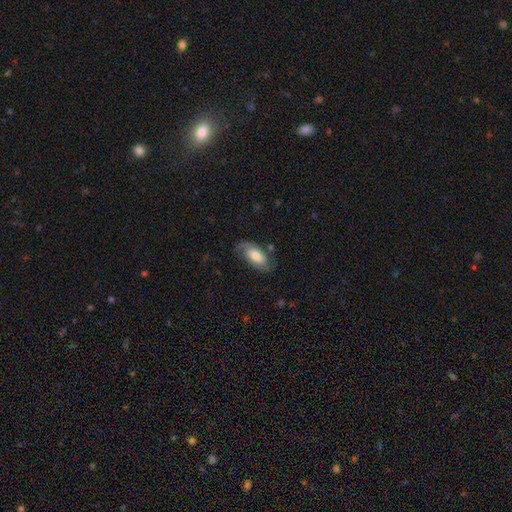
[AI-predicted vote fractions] Smooth or featured? smooth (48%)
Merging? none (68%)